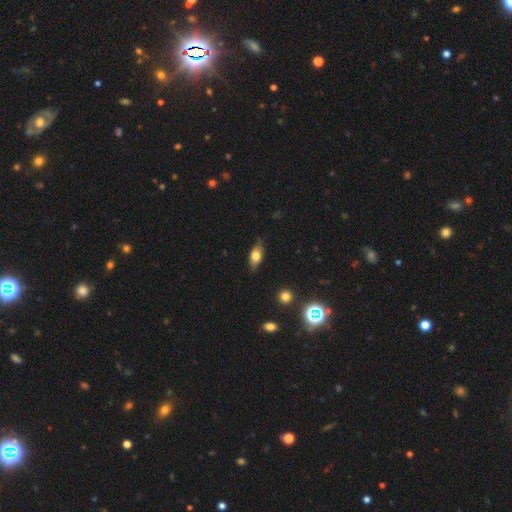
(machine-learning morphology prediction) Smooth or featured: smooth — 67% (featured or disk — 25%)
How rounded: in between — 82% (cigar-shaped — 12%)
Merging: none — 78% (minor disturbance — 17%)